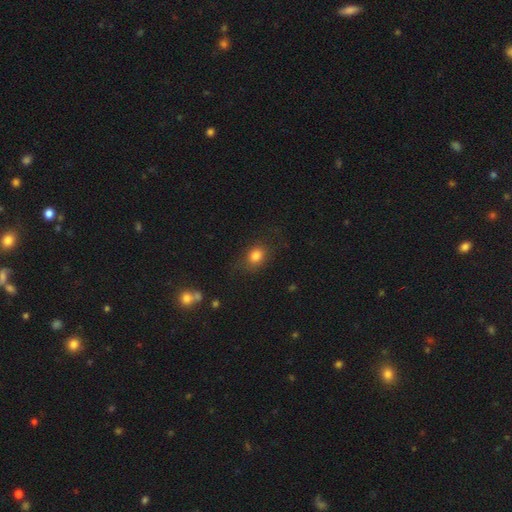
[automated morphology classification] A smooth galaxy with no disk features (80%) that is in between round and cigar-shaped (50%).

Vote fractions:
- Smooth or featured? smooth: 80% / star or artifact: 11% / featured or disk: 9%
- How rounded? in between: 50% / round: 48% / cigar-shaped: 1%
- Merging? none: 72% / minor disturbance: 18% / major disturbance: 8% / merger: 2%